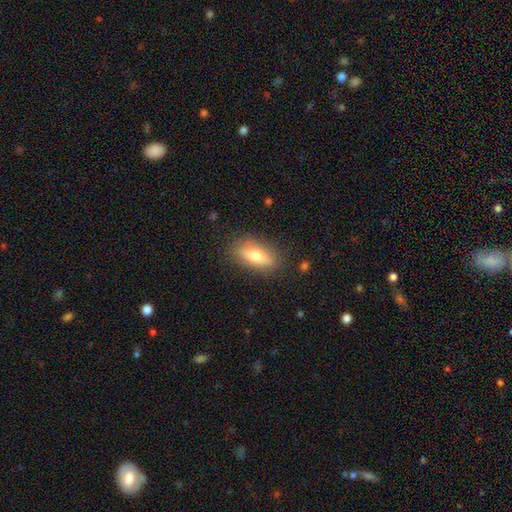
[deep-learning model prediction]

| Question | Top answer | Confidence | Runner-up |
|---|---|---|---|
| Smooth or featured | smooth | 56% | featured or disk (37%) |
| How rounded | in between | 60% | cigar-shaped (36%) |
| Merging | none | 84% | minor disturbance (11%) |